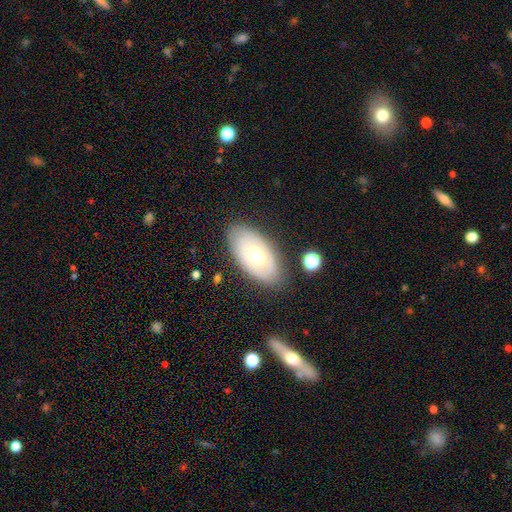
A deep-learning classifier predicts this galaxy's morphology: type=featured or disk (48%); merging=none (81%).